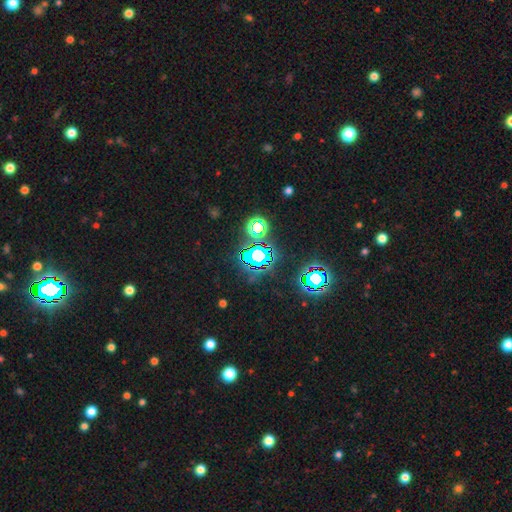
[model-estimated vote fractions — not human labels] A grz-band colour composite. It shows a star or artifact, not a galaxy (77%).